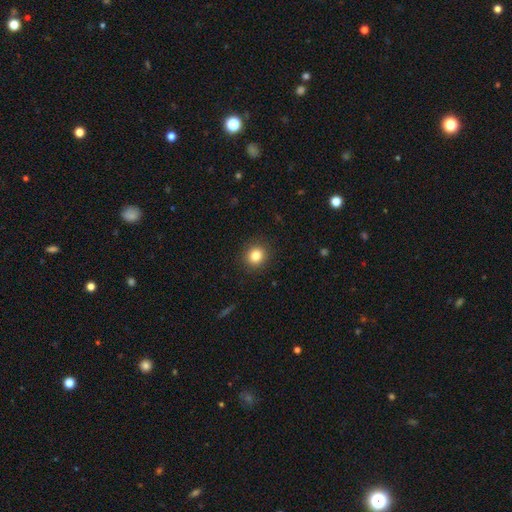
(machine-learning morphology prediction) type=smooth (83%); roundness=round (88%); merging=none (91%).